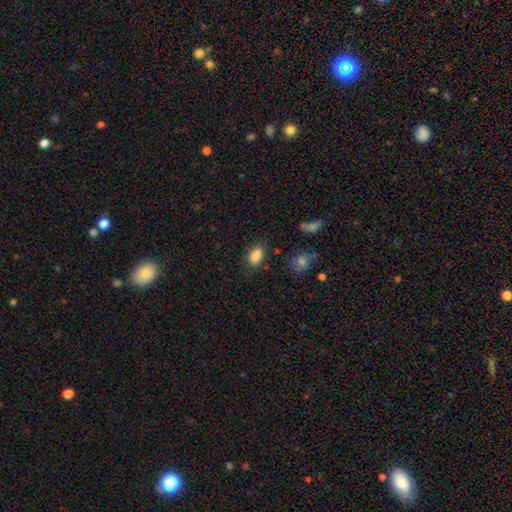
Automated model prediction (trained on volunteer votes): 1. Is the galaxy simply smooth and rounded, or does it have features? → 86% smooth, 9% star or artifact, 5% featured or disk.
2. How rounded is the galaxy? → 88% in between, 10% round, 2% cigar-shaped.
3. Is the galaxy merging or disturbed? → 73% none, 18% minor disturbance, 5% major disturbance, 4% merger.